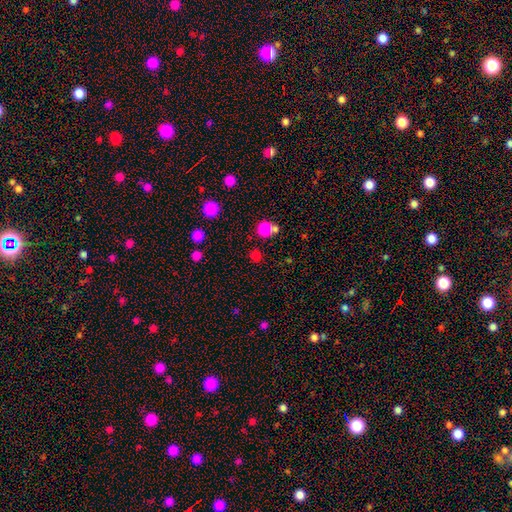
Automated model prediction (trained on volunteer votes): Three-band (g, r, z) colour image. It shows a smooth galaxy with no disk features (76%) that is round (87%). Merging: none (69%).